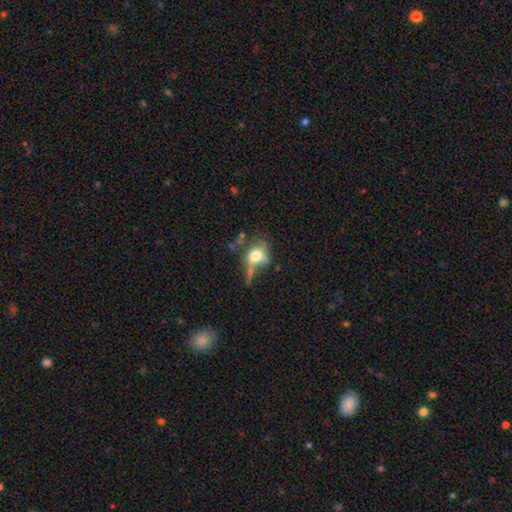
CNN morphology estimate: type=smooth (58%); roundness=in between (50%); merging=none (31%).